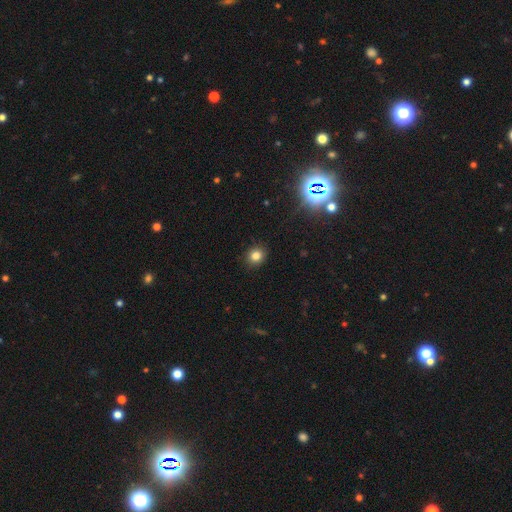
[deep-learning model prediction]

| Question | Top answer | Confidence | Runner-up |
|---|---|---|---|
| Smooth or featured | smooth | 82% | star or artifact (13%) |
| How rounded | round | 80% | in between (19%) |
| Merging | none | 90% | minor disturbance (7%) |